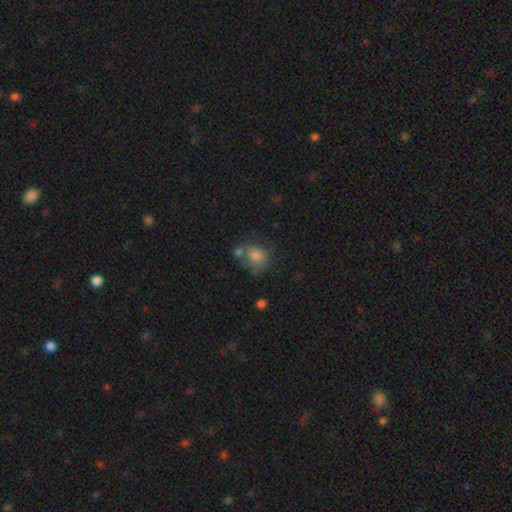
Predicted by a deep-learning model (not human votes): smooth_or_featured: smooth (p=0.75) [alt: featured or disk p=0.13]
how_rounded: round (p=0.60) [alt: in between p=0.39]
merging: none (p=0.44) [alt: merger p=0.24]